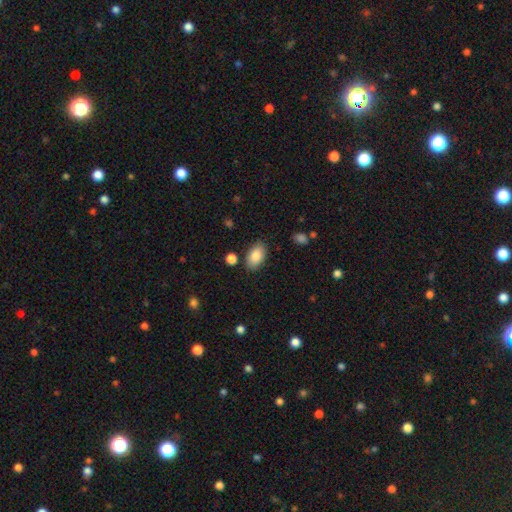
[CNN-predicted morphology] A smooth galaxy with no disk features (86%) that is in between round and cigar-shaped (93%). Merging: none (84%).